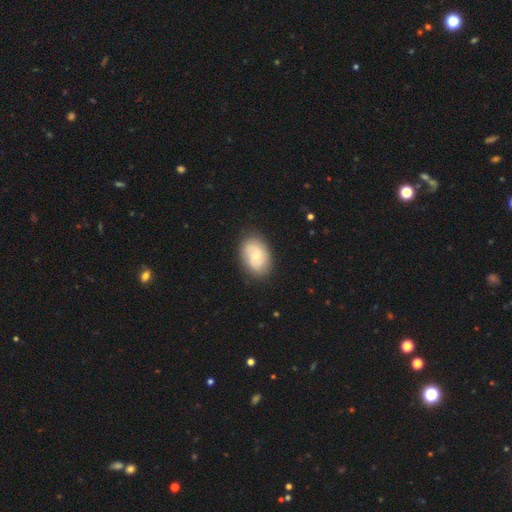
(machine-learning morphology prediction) Q: Smooth or featured?
A: featured or disk (49%); runner-up: smooth (45%)
Q: Merging?
A: none (82%); runner-up: minor disturbance (13%)